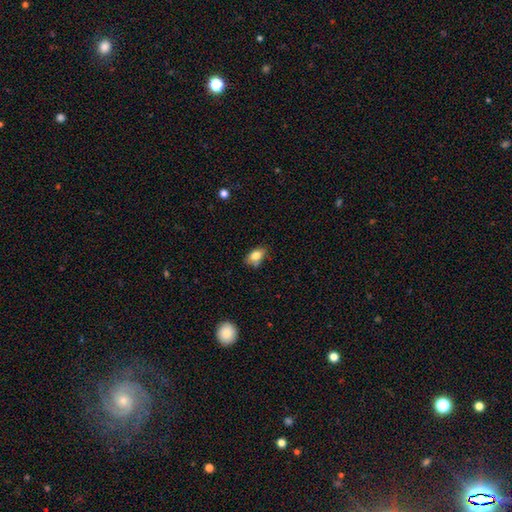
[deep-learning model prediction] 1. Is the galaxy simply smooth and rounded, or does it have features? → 80% smooth, 11% featured or disk, 8% star or artifact.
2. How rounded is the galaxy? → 88% in between, 9% round, 3% cigar-shaped.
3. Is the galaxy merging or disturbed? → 69% none, 23% minor disturbance, 4% major disturbance, 4% merger.